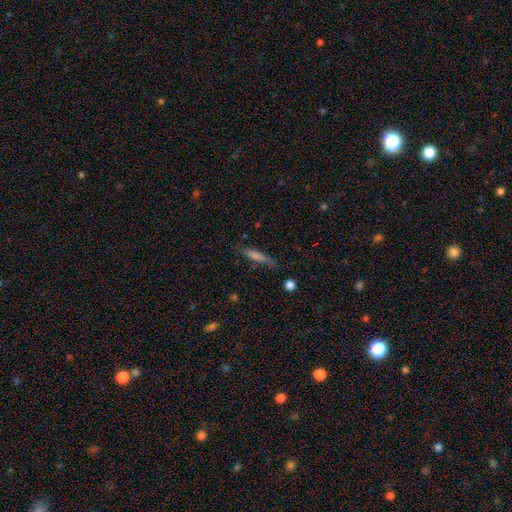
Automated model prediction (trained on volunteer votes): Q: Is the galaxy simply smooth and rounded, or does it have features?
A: smooth — 58%.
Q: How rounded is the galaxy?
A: cigar-shaped — 90%.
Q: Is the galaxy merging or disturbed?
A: none — 80%.